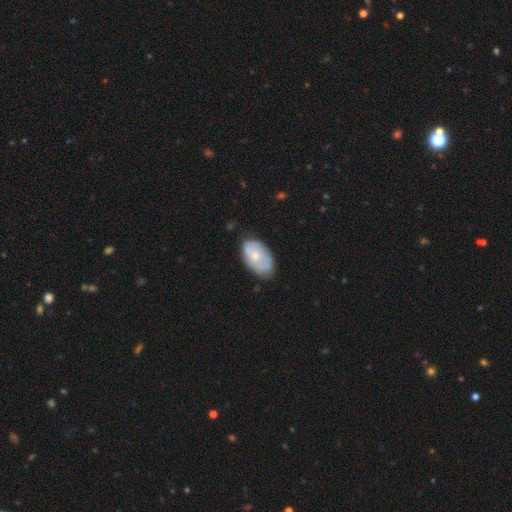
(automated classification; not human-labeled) Smooth or featured? smooth (55%)
How rounded? in between (93%)
Merging? none (63%)